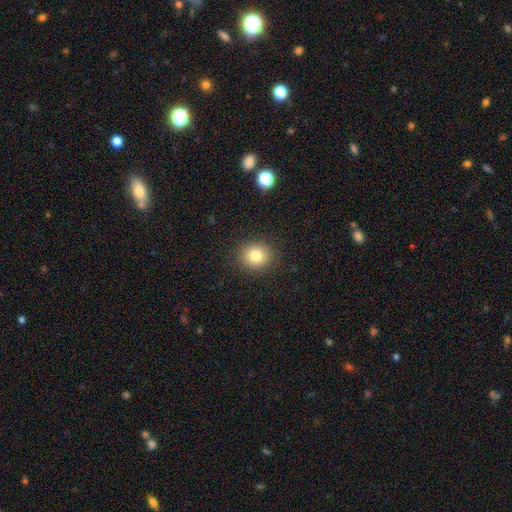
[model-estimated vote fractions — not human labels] Q: Smooth or featured?
A: smooth (81%); runner-up: star or artifact (12%)
Q: How rounded?
A: round (76%); runner-up: in between (23%)
Q: Merging?
A: none (89%); runner-up: minor disturbance (7%)